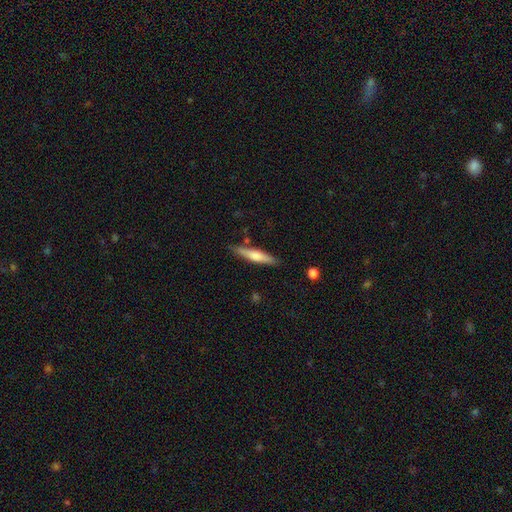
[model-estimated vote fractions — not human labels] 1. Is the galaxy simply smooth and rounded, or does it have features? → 57% smooth, 38% featured or disk, 6% star or artifact.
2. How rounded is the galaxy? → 88% cigar-shaped, 11% in between, 1% round.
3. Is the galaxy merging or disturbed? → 83% none, 12% minor disturbance, 3% merger, 2% major disturbance.